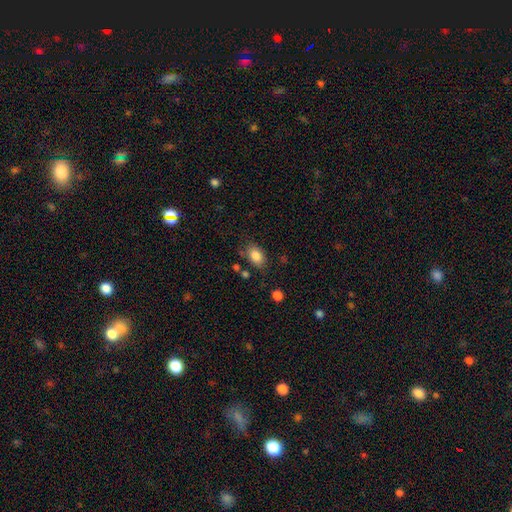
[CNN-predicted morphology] This appears to be a smooth galaxy with no disk features (85%) that is in between round and cigar-shaped (83%). Merging: none (74%).